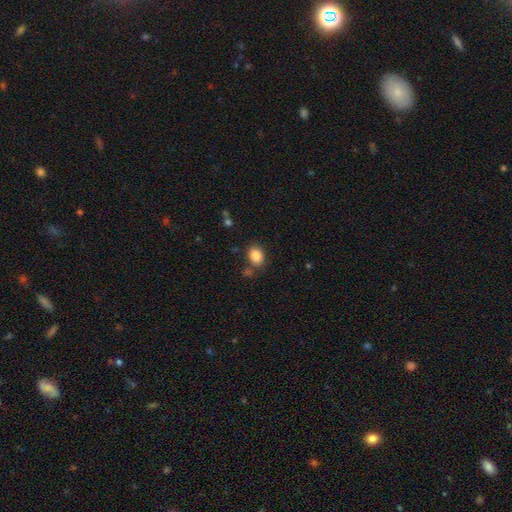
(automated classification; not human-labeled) smooth-or-featured: smooth: 86% | star or artifact: 9% | featured or disk: 5%
  how-rounded: in between: 69% | round: 30% | cigar-shaped: 1%
  merging: none: 74% | minor disturbance: 14% | merger: 7% | major disturbance: 5%